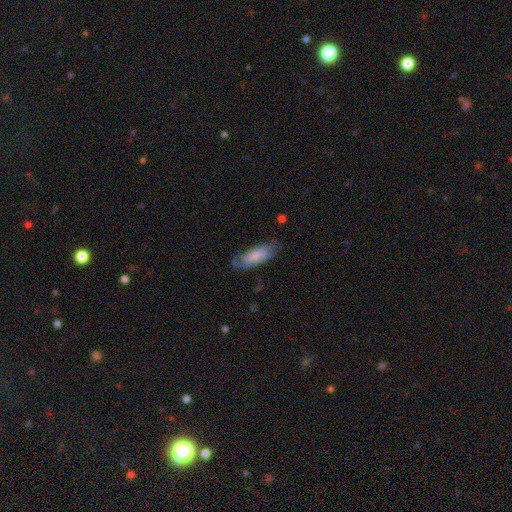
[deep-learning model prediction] This is likely a smooth galaxy (68%). How rounded: likely in between (70%). Merging: likely none (63%).